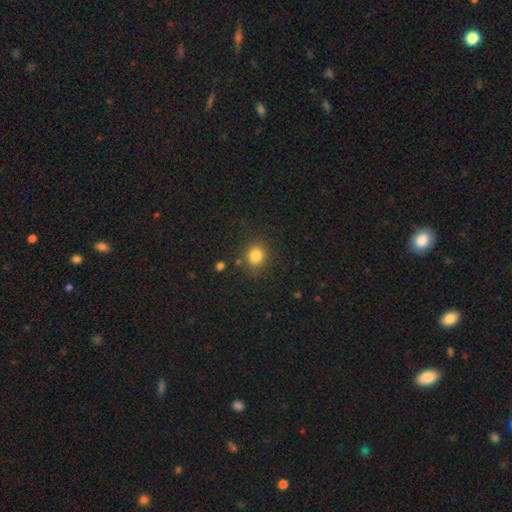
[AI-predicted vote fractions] This appears to be a smooth galaxy with no disk features (83%) that is round (80%). Merging: none (84%).